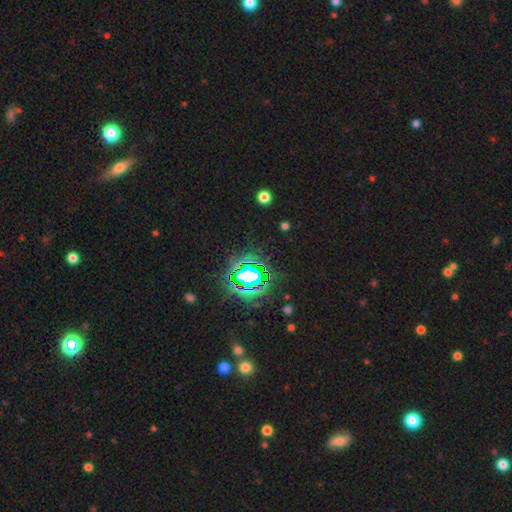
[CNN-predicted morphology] smooth-or-featured: star or artifact: 81% | smooth: 12% | featured or disk: 7%